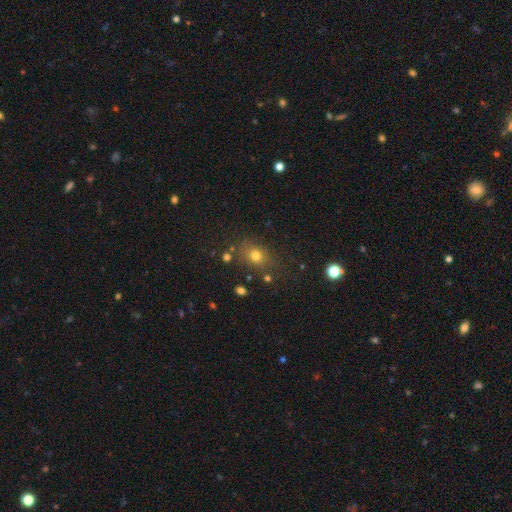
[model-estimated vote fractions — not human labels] Overall: smooth (73%). How rounded: round (53%; in between 46%). Merging: none (76%).